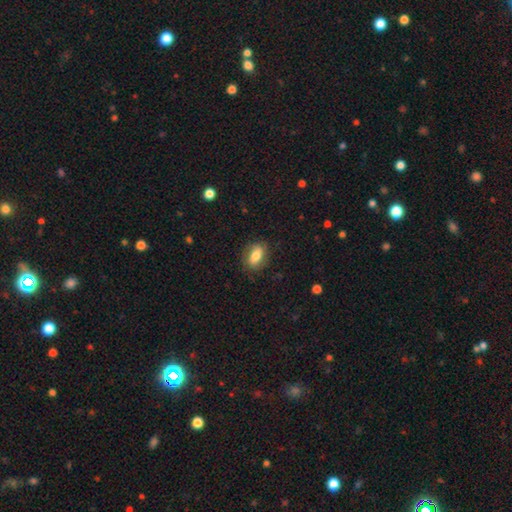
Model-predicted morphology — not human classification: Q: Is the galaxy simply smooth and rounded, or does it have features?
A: smooth — 75%.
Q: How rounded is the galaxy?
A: in between — 83%.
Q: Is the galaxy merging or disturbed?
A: none — 81%.